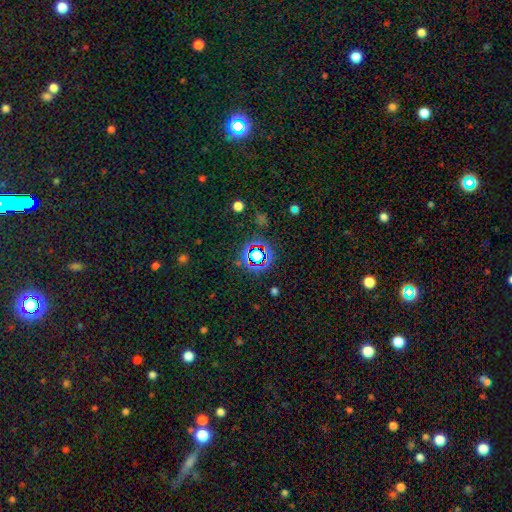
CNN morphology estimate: type=star or artifact (67%).